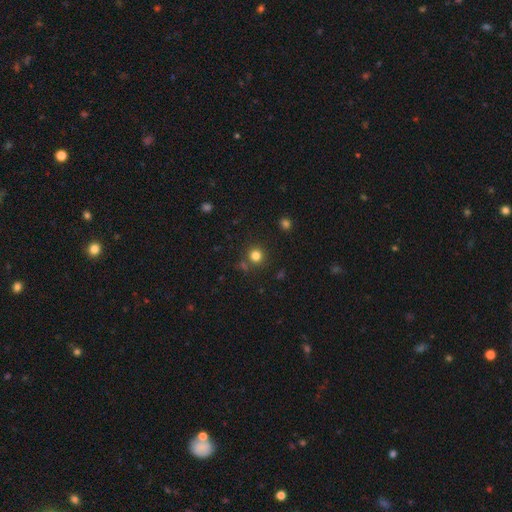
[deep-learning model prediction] Smooth or featured? smooth (80%)
How rounded? round (93%)
Merging? none (83%)